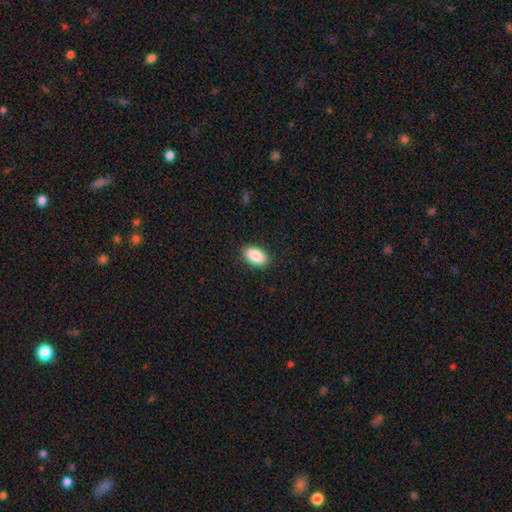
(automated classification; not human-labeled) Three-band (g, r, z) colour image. It shows a smooth galaxy with no disk features (88%) that is in between round and cigar-shaped (93%). Merging: none (89%).